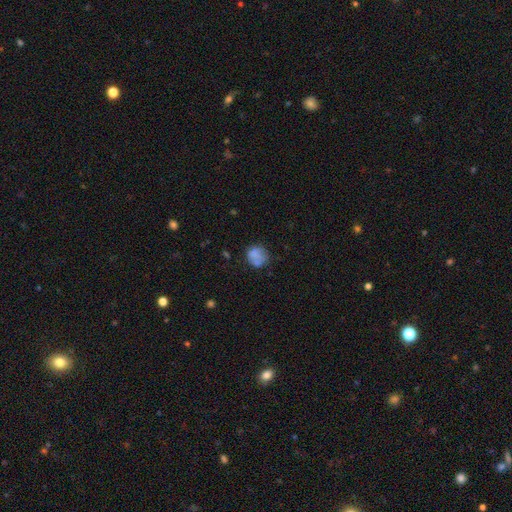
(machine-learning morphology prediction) type=smooth (69%); roundness=round (77%); merging=none (57%).